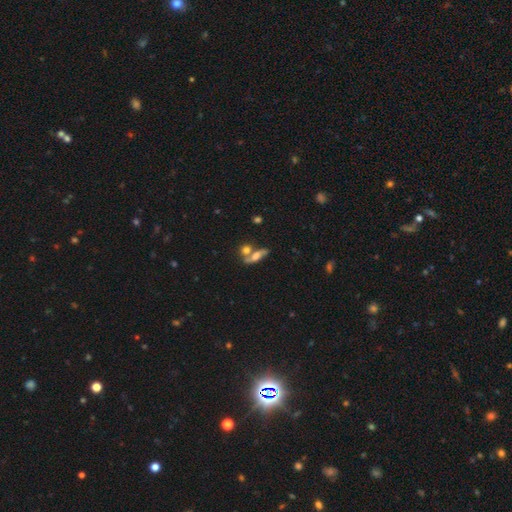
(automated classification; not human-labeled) smooth-or-featured: featured or disk: 46% | smooth: 43% | star or artifact: 11%
  merging: none: 45% | merger: 35% | minor disturbance: 12% | major disturbance: 7%